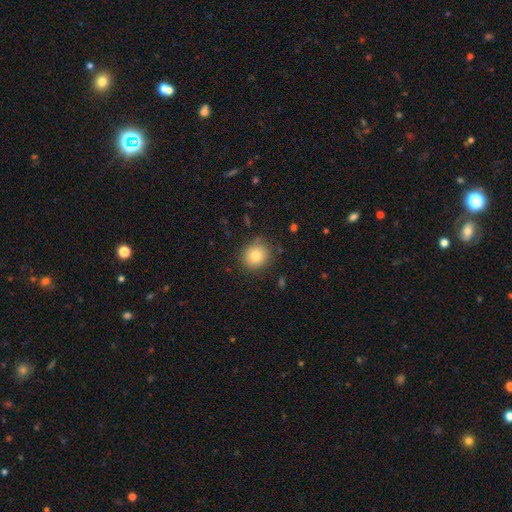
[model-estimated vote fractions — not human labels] This appears to be a smooth galaxy with no disk features (82%) that is round (83%). Merging: none (84%).